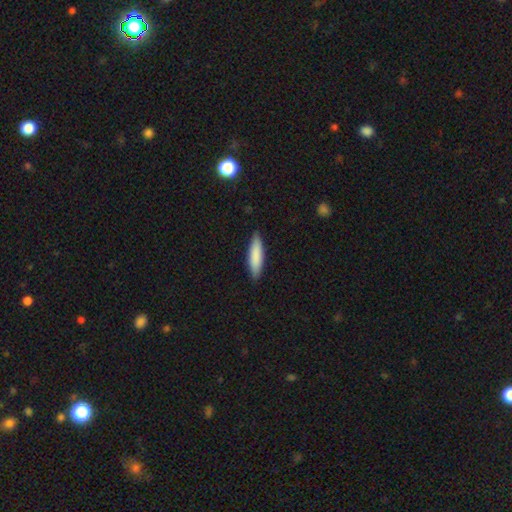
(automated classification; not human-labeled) A smooth galaxy with no disk features (85%) that is cigar-shaped (69%). Merging: none (88%).